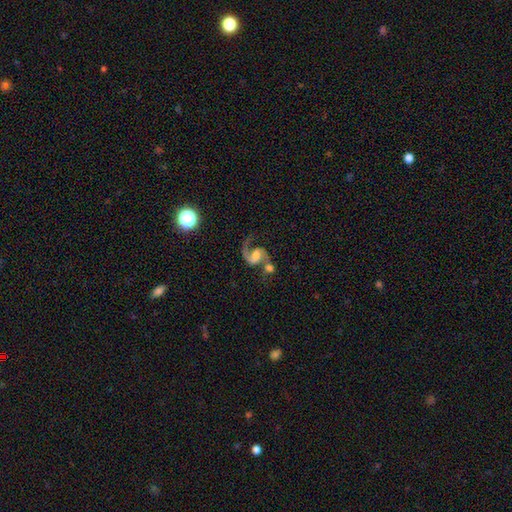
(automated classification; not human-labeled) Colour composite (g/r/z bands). It shows a featured or disk galaxy (86%) with a weak bar (43%), 2 (74%) medium (49%) spiral arms (97%) and a moderate central bulge (52%). Merging: none (39%).